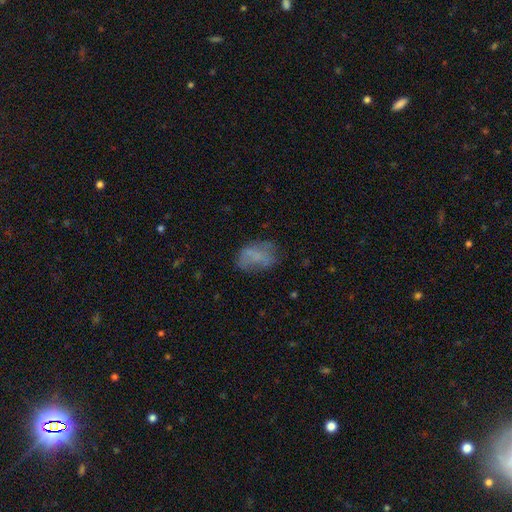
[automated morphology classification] A smooth galaxy with no disk features (58%) that is in between round and cigar-shaped (85%). Merging: none (50%).